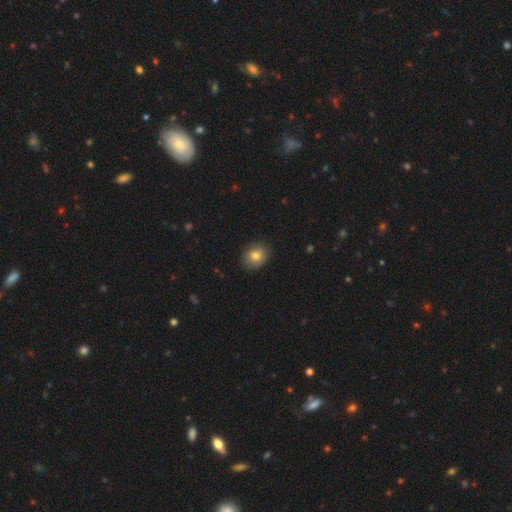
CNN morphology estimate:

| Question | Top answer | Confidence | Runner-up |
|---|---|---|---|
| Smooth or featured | smooth | 80% | featured or disk (11%) |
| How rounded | round | 51% | in between (48%) |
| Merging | none | 85% | minor disturbance (12%) |